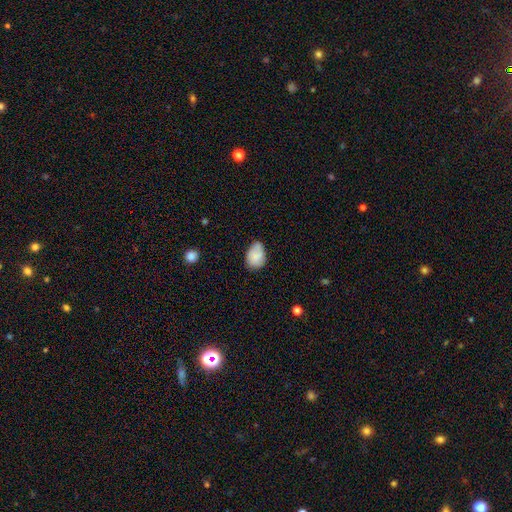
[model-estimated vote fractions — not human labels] A smooth galaxy with no disk features (81%) that is in between round and cigar-shaped (77%). Merging: none (49%).